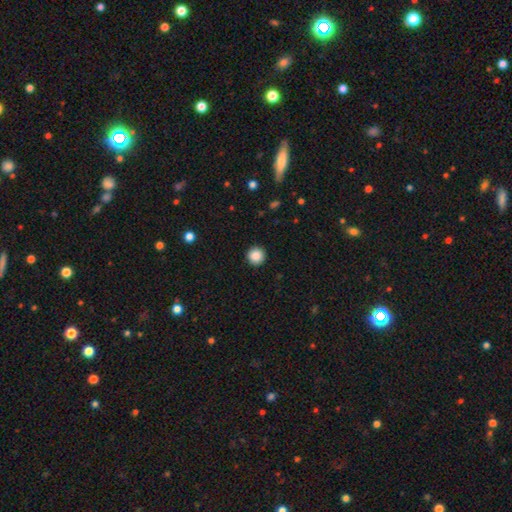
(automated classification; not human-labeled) smooth_or_featured: smooth (p=0.88) [alt: star or artifact p=0.09]
how_rounded: round (p=0.96) [alt: in between p=0.03]
merging: none (p=0.92) [alt: minor disturbance p=0.05]